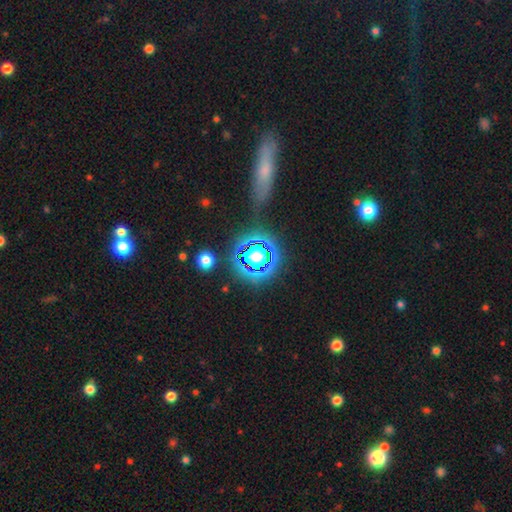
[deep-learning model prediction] The model was most divided on "smooth or featured": star or artifact: 71%, smooth: 19%, featured or disk: 11%.